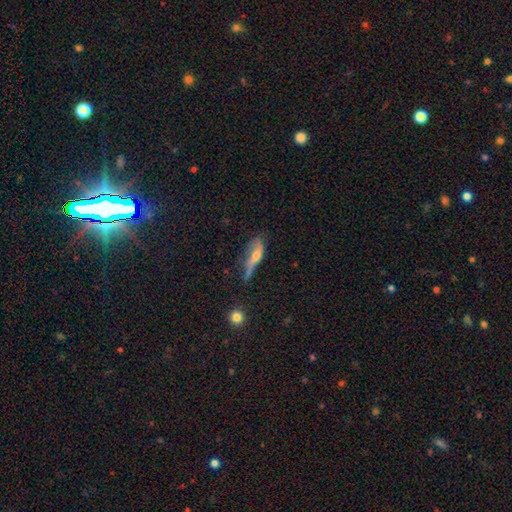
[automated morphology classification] A featured or disk galaxy (55%) viewed edge-on (61%).

Vote fractions:
- Smooth or featured? featured or disk: 55% / smooth: 34% / star or artifact: 11%
- Edge-on disk? yes: 61% / no: 39%
- Merging? none: 49% / minor disturbance: 30% / major disturbance: 17% / merger: 4%